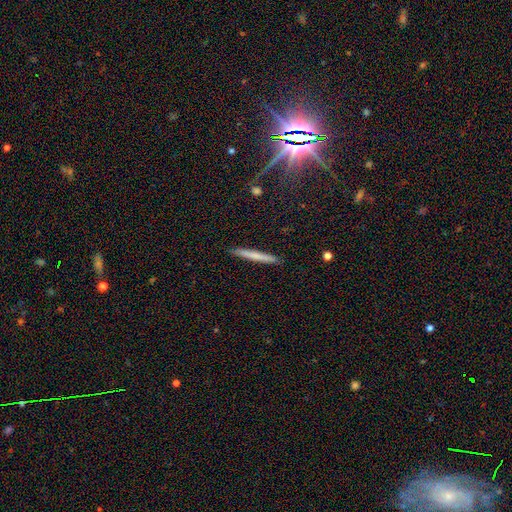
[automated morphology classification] Q: Smooth or featured?
A: smooth (64%); runner-up: featured or disk (30%)
Q: How rounded?
A: cigar-shaped (96%); runner-up: in between (2%)
Q: Merging?
A: none (91%); runner-up: minor disturbance (7%)